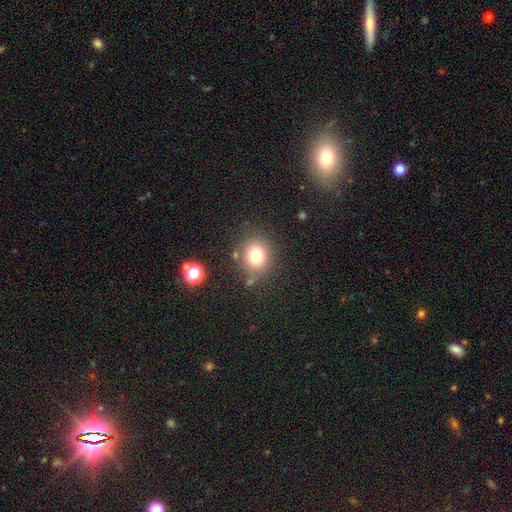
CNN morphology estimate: Smooth or featured? Predicted: smooth (p=0.76). How rounded? Predicted: round (p=0.81). Merging? Predicted: none (p=0.77).